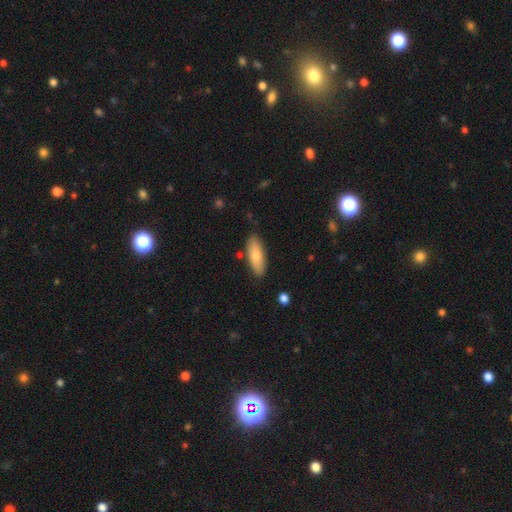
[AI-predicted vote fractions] Smooth or featured? smooth (79%)
How rounded? in between (70%)
Merging? none (83%)